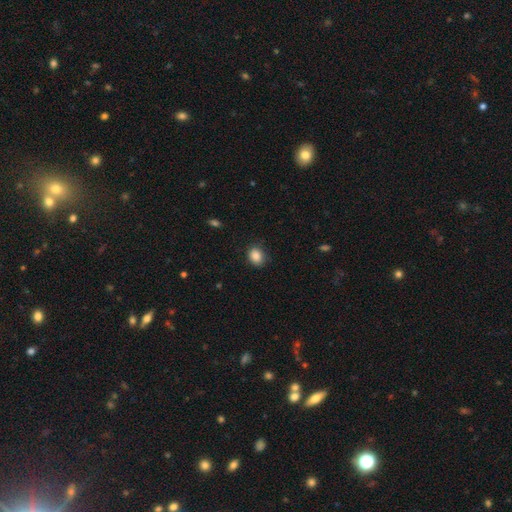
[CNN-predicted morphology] smooth-or-featured: smooth: 87% | star or artifact: 9% | featured or disk: 4%
  how-rounded: in between: 51% | round: 48% | cigar-shaped: 1%
  merging: none: 81% | minor disturbance: 14% | major disturbance: 3% | merger: 1%